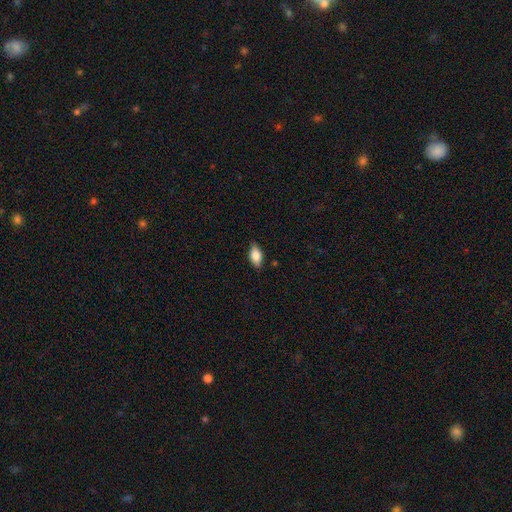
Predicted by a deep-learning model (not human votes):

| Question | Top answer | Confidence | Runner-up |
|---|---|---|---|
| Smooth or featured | smooth | 79% | featured or disk (14%) |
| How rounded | in between | 89% | cigar-shaped (7%) |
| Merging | none | 85% | minor disturbance (12%) |